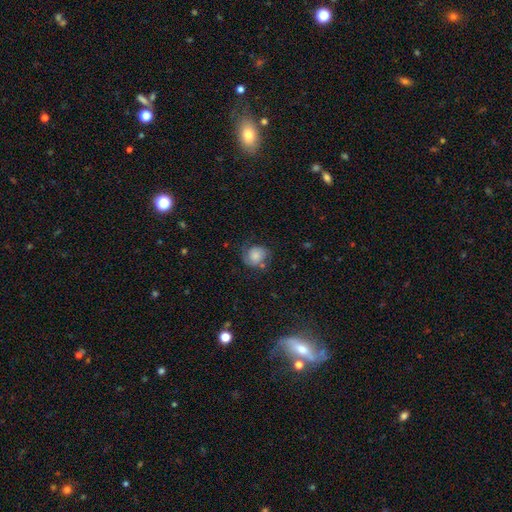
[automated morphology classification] Smooth or featured?
  - smooth: 55% *
  - featured or disk: 36%
  - star or artifact: 10%
How rounded?
  - round: 71% *
  - in between: 28%
  - cigar-shaped: 1%
Merging?
  - none: 55% *
  - minor disturbance: 26%
  - major disturbance: 15%
  - merger: 4%